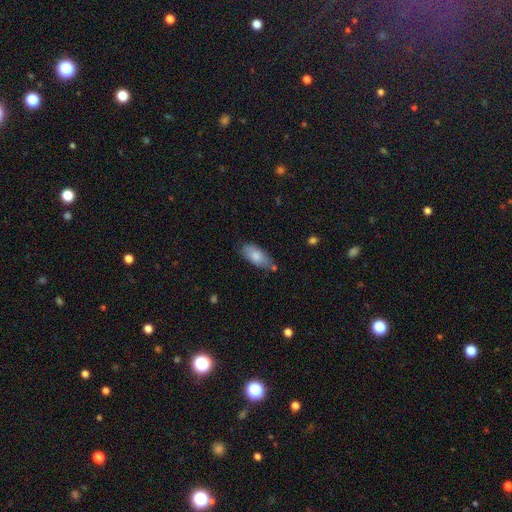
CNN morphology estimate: Smooth or featured?
  - smooth: 81% *
  - featured or disk: 13%
  - star or artifact: 6%
How rounded?
  - in between: 85% *
  - cigar-shaped: 13%
  - round: 2%
Merging?
  - none: 69% *
  - minor disturbance: 21%
  - merger: 6%
  - major disturbance: 4%